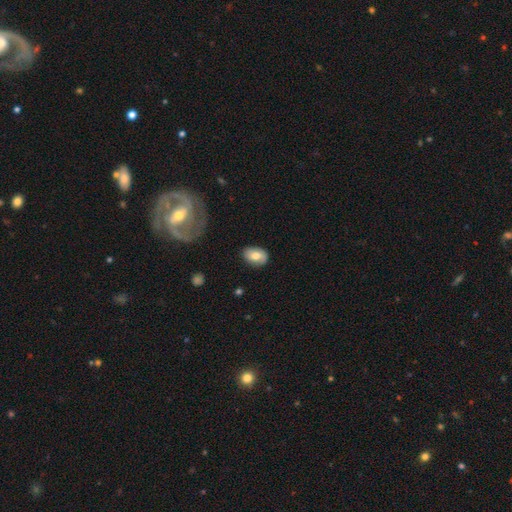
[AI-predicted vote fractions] This is likely a smooth galaxy (68%). How rounded: clearly in between (80%). Merging: clearly none (80%).